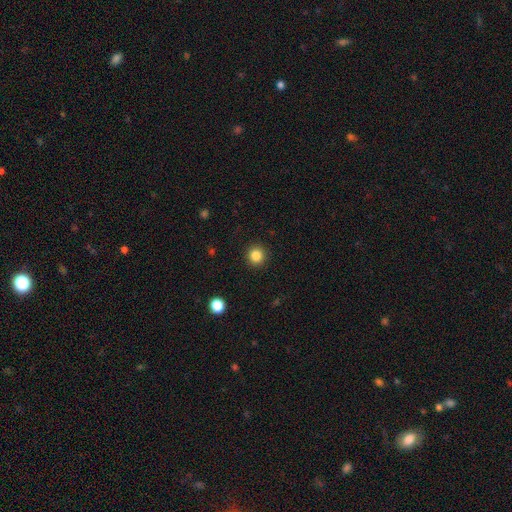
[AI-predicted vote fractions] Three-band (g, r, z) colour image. It shows a smooth galaxy with no disk features (84%) that is round (93%). Merging: none (92%).